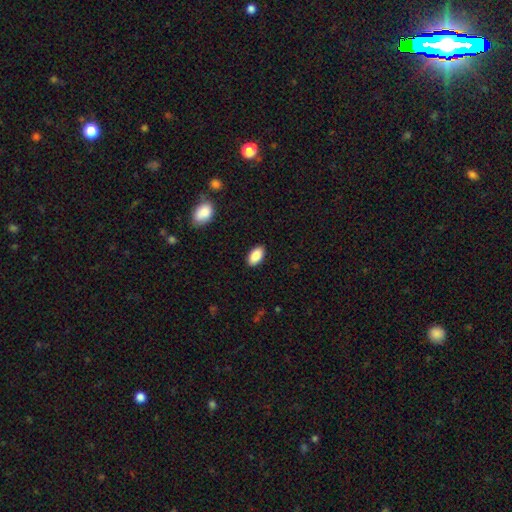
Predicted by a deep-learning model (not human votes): smooth-or-featured: smooth: 90% | star or artifact: 7% | featured or disk: 4%
  how-rounded: in between: 94% | round: 3% | cigar-shaped: 2%
  merging: none: 89% | minor disturbance: 8% | major disturbance: 2% | merger: 1%